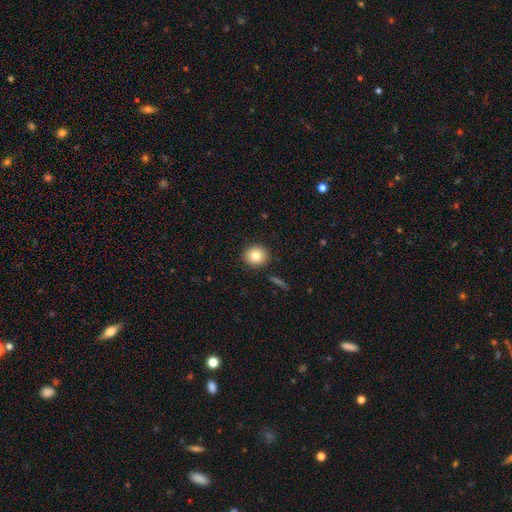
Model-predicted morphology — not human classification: A smooth galaxy with no disk features (82%) that is round (85%).

Vote fractions:
- Smooth or featured? smooth: 82% / star or artifact: 9% / featured or disk: 9%
- How rounded? round: 85% / in between: 14% / cigar-shaped: 1%
- Merging? none: 90% / minor disturbance: 6% / major disturbance: 2% / merger: 2%